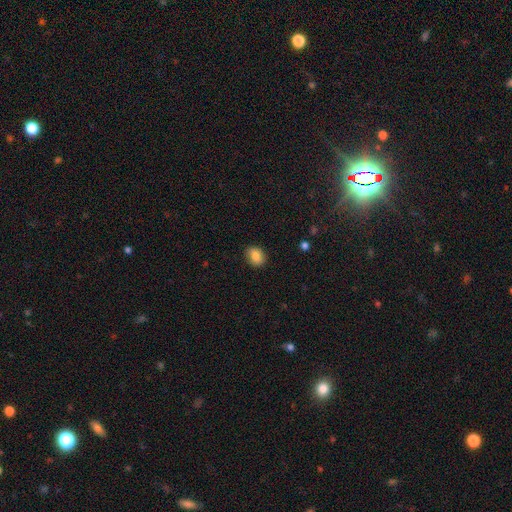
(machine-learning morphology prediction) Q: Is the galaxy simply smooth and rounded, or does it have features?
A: smooth — 84%.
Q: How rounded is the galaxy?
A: in between — 52%.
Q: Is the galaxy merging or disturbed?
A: none — 86%.